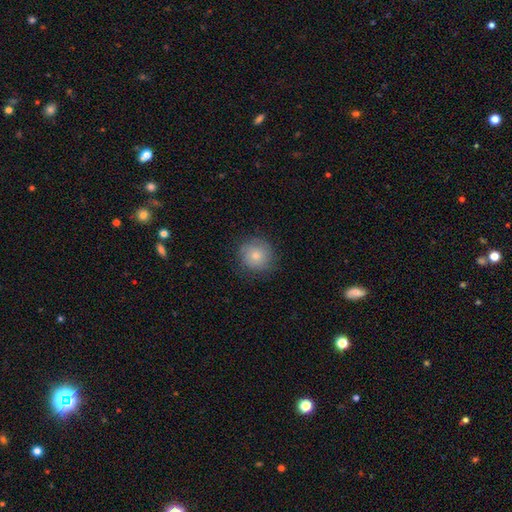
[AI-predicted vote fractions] Smooth or featured? Predicted: smooth (p=0.78). How rounded? Predicted: round (p=0.92). Merging? Predicted: none (p=0.80).